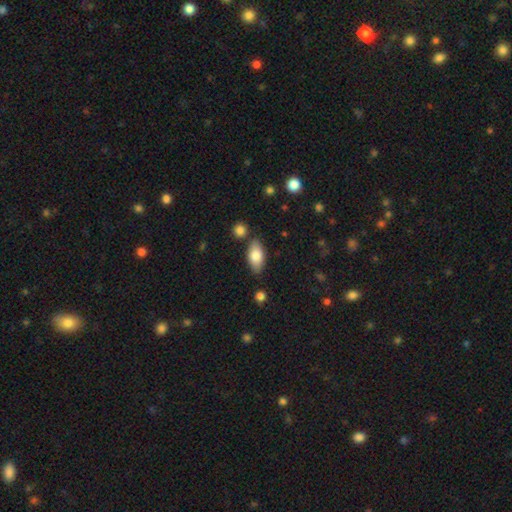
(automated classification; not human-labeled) This is likely a smooth galaxy (79%). How rounded: clearly in between (91%). Merging: likely none (80%).